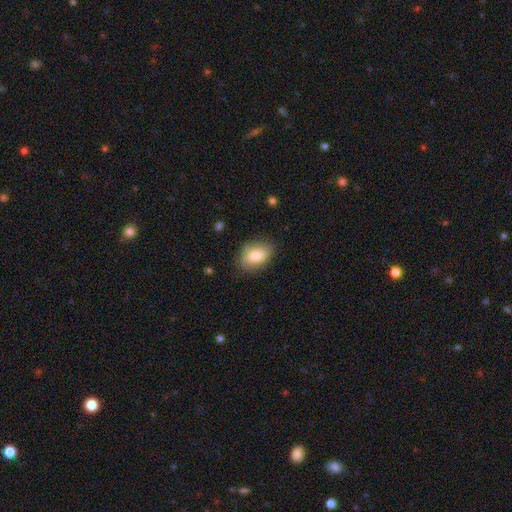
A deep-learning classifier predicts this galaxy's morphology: Smooth or featured? smooth (81%)
How rounded? in between (84%)
Merging? none (77%)